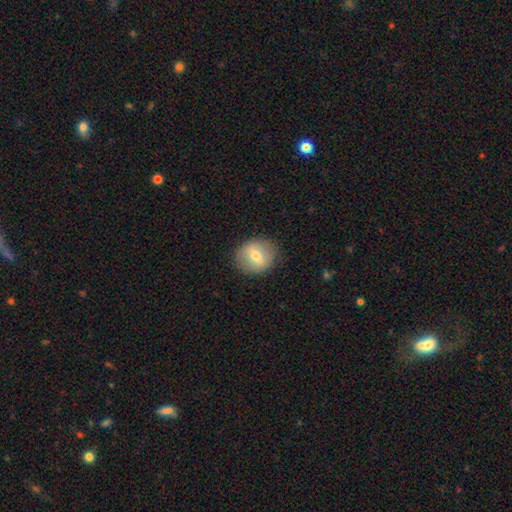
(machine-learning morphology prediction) Smooth or featured? smooth (57%)
How rounded? round (71%)
Merging? none (86%)